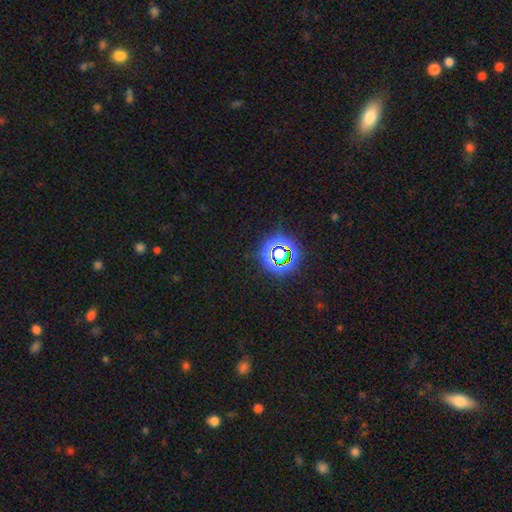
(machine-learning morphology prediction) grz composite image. It shows a star or artifact, not a galaxy (75%).